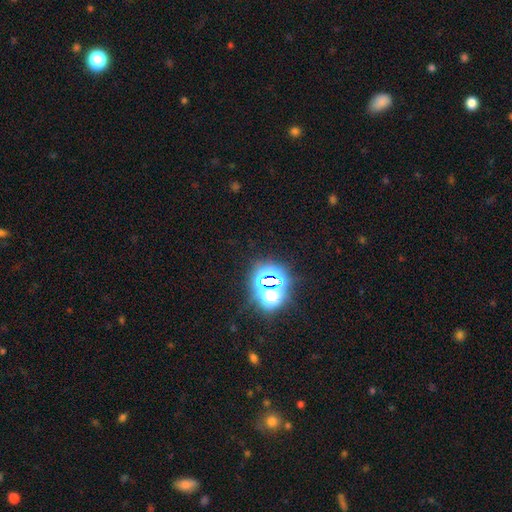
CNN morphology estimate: type=star or artifact (77%).